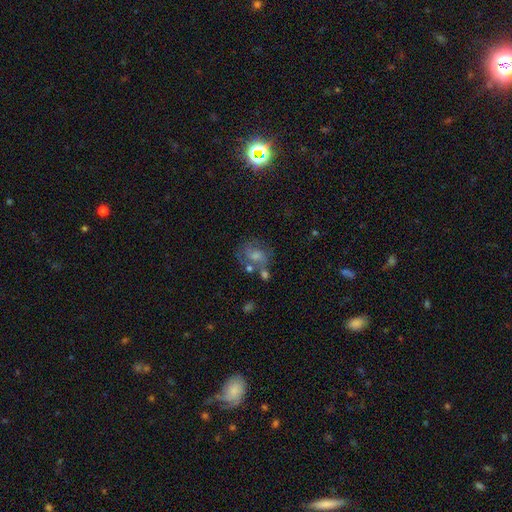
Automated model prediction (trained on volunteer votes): Smooth or featured: smooth — 45% (featured or disk — 41%)
Merging: none — 46% (minor disturbance — 21%)